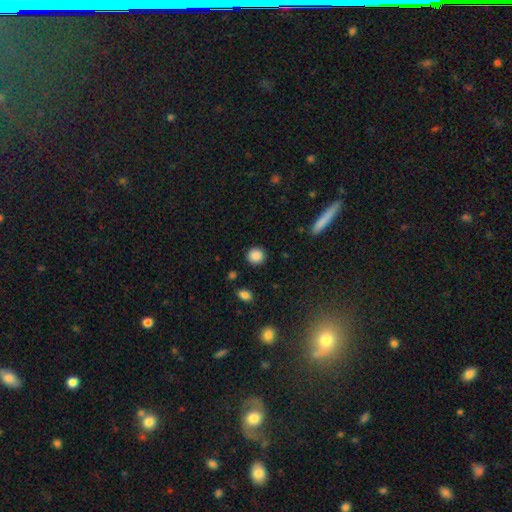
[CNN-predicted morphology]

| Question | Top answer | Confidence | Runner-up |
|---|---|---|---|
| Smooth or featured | smooth | 88% | star or artifact (9%) |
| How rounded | round | 90% | in between (9%) |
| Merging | none | 90% | minor disturbance (7%) |